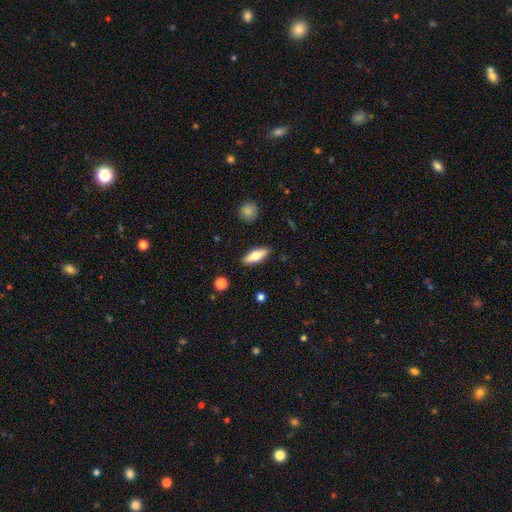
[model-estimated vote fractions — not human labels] A smooth galaxy with no disk features (63%) that is in between round and cigar-shaped (60%). Merging: none (88%).